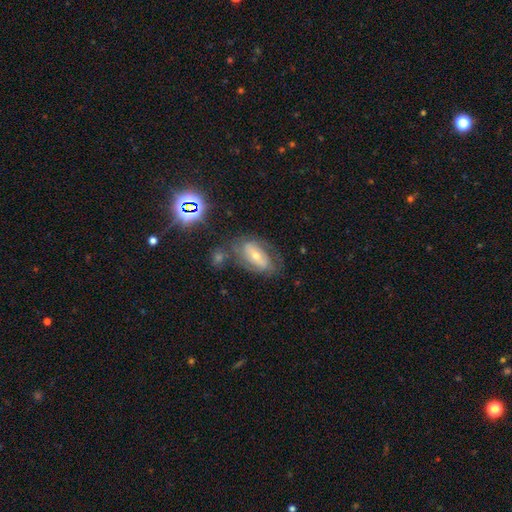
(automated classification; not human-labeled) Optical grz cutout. It shows a featured or disk galaxy (62%) with no bar (39%), spiral arms (73%) and a moderate central bulge (49%). Merging: none (59%).